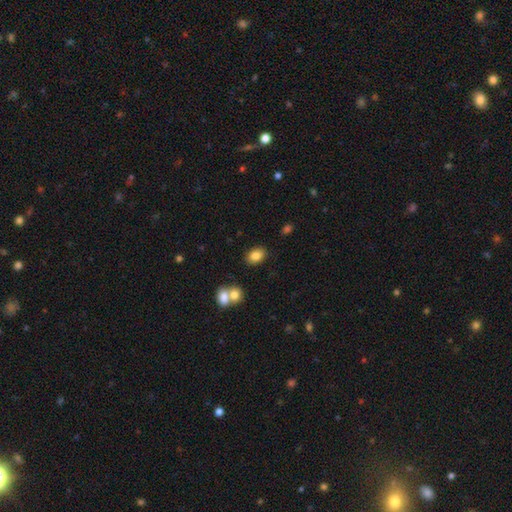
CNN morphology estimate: smooth-or-featured: smooth: 83% | star or artifact: 9% | featured or disk: 8%
  how-rounded: in between: 78% | round: 20% | cigar-shaped: 1%
  merging: none: 82% | minor disturbance: 9% | merger: 6% | major disturbance: 3%